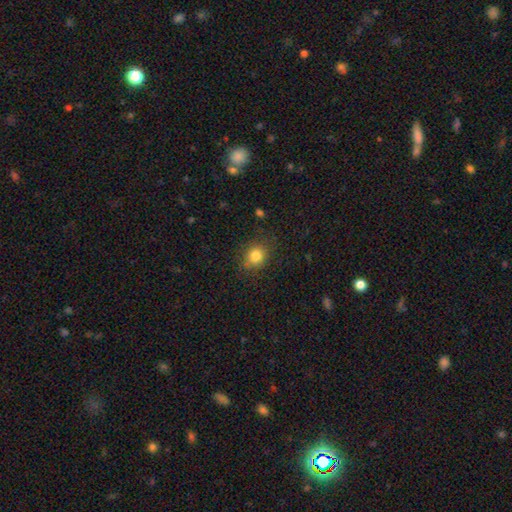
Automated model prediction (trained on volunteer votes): Smooth or featured?
  - smooth: 82% *
  - star or artifact: 12%
  - featured or disk: 6%
How rounded?
  - round: 69% *
  - in between: 30%
  - cigar-shaped: 1%
Merging?
  - none: 82% *
  - minor disturbance: 13%
  - major disturbance: 4%
  - merger: 1%